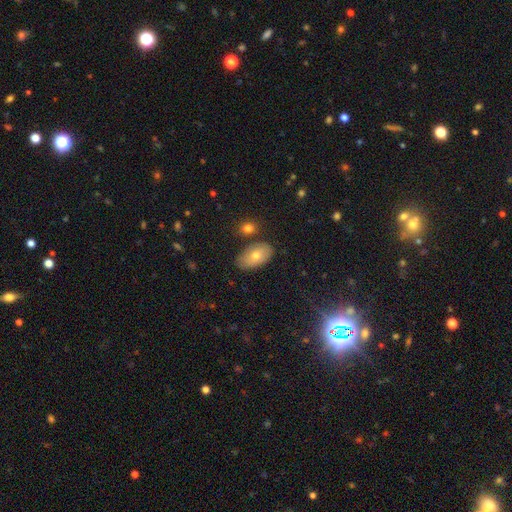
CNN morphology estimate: Overall: smooth (71%). How rounded: in between (93%). Merging: none (74%).